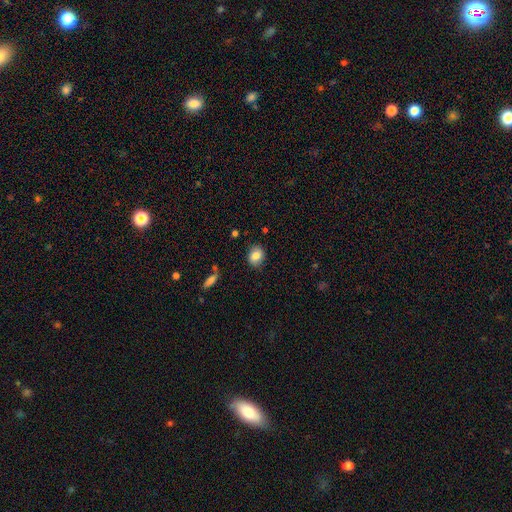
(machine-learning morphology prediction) Q: Smooth or featured?
A: smooth (82%); runner-up: featured or disk (9%)
Q: How rounded?
A: round (51%); runner-up: in between (48%)
Q: Merging?
A: none (84%); runner-up: minor disturbance (12%)